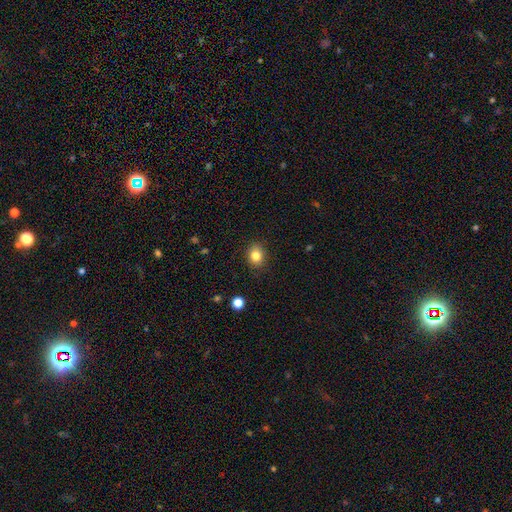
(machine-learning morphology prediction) This is clearly a smooth galaxy (83%). How rounded: possibly round (55%). Merging: clearly none (88%).